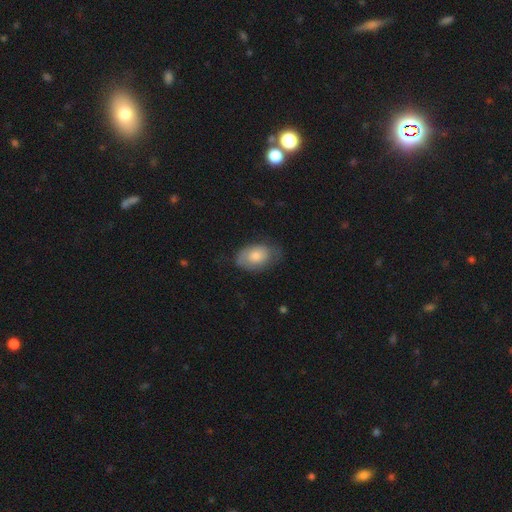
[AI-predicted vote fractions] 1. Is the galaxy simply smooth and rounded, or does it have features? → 74% smooth, 20% featured or disk, 6% star or artifact.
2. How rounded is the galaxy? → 90% in between, 9% round, 1% cigar-shaped.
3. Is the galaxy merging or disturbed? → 61% none, 29% minor disturbance, 9% major disturbance, 1% merger.